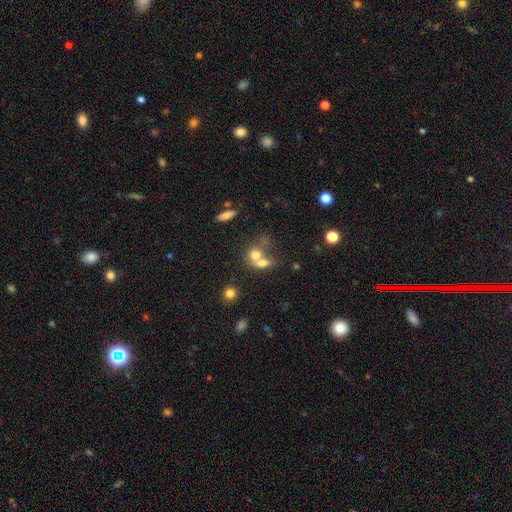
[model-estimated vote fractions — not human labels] A smooth galaxy with no disk features (70%) that is round (51%). Merging: merger (64%).